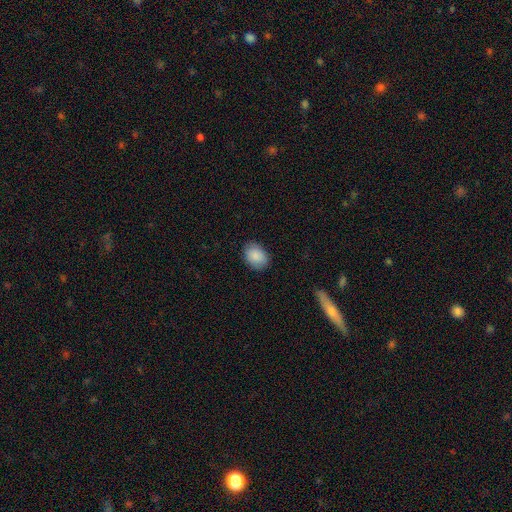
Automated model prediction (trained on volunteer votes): Smooth or featured? Predicted: smooth (p=0.89). How rounded? Predicted: in between (p=0.74). Merging? Predicted: none (p=0.85).